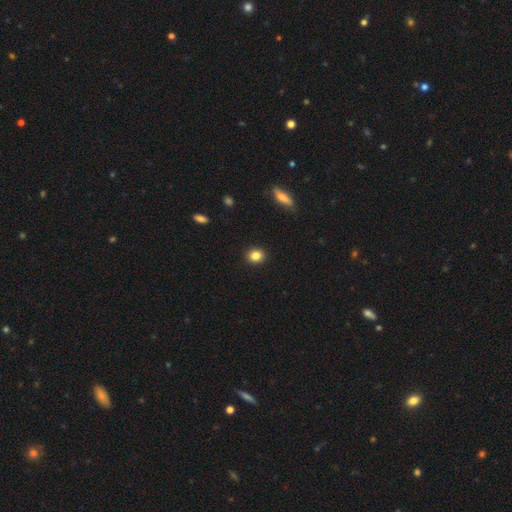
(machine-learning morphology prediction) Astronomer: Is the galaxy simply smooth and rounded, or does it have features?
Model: smooth — 85%.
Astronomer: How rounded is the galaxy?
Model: round — 79%.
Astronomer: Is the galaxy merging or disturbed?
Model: none — 92%.